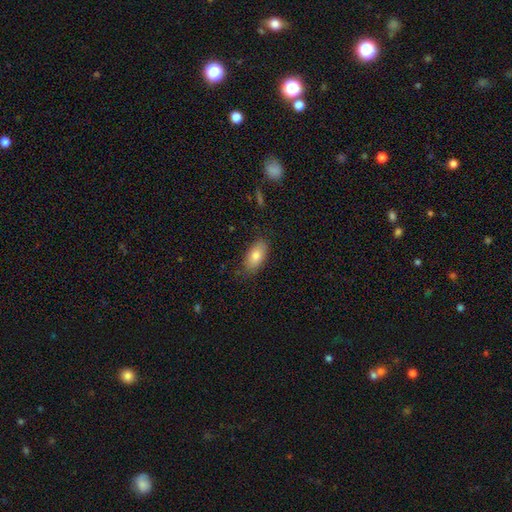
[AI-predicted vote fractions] Smooth or featured?
  - smooth: 80% *
  - featured or disk: 13%
  - star or artifact: 7%
How rounded?
  - in between: 90% *
  - cigar-shaped: 6%
  - round: 4%
Merging?
  - none: 79% *
  - minor disturbance: 16%
  - major disturbance: 3%
  - merger: 1%